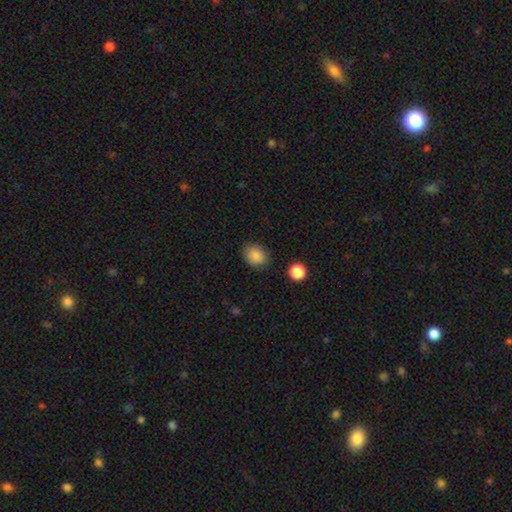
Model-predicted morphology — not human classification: A smooth galaxy with no disk features (87%) that is in between round and cigar-shaped (52%). Merging: none (84%).